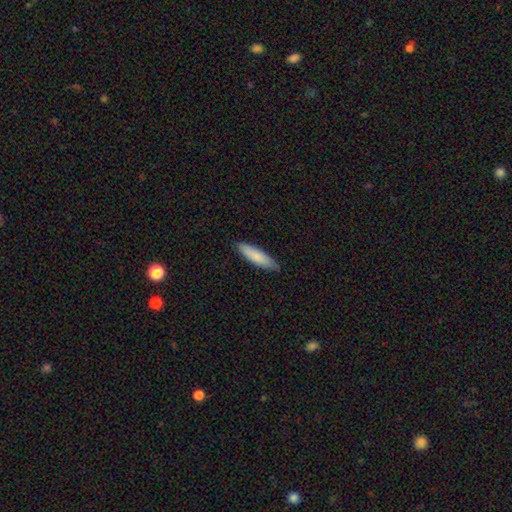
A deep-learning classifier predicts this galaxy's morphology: This is clearly a smooth galaxy (82%). How rounded: likely cigar-shaped (70%). Merging: clearly none (87%).